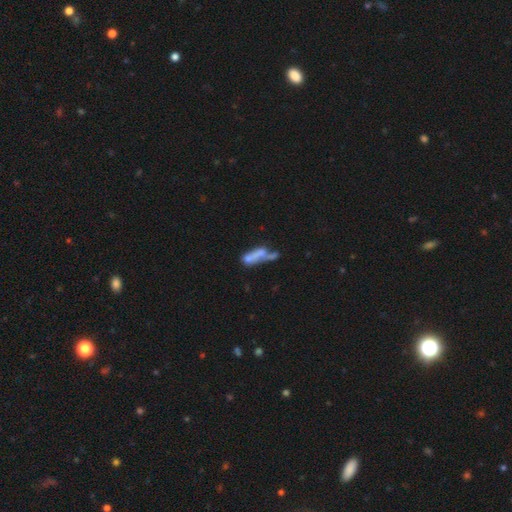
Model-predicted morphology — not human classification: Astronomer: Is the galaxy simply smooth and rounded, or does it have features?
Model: smooth — 49% (runner-up: featured or disk, 38%).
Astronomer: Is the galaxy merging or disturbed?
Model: merger — 46%.